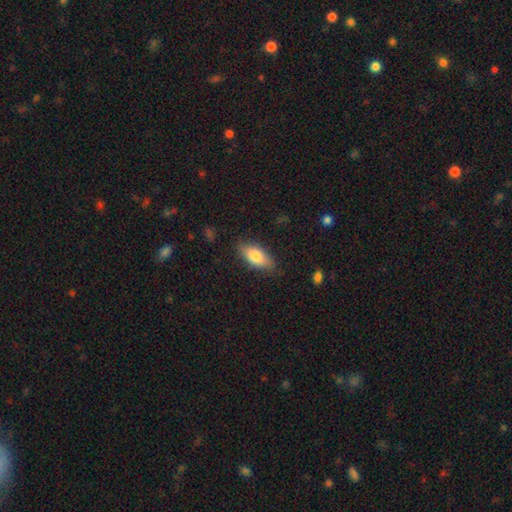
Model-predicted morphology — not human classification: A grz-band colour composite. It shows a smooth galaxy with no disk features (77%) that is in between round and cigar-shaped (84%). Merging: none (81%).